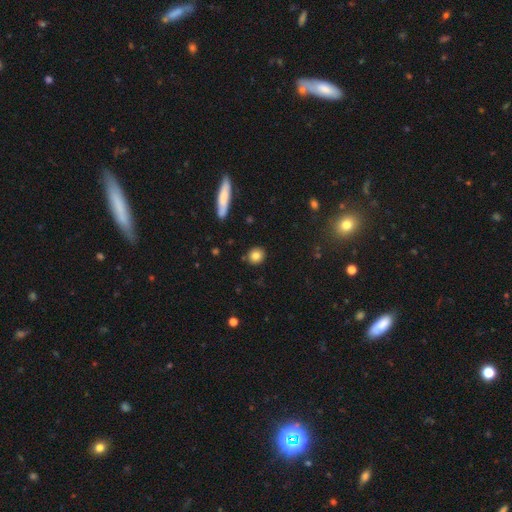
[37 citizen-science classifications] Morphology: type=smooth (86%); roundness=round (78%); merging=none (86%).